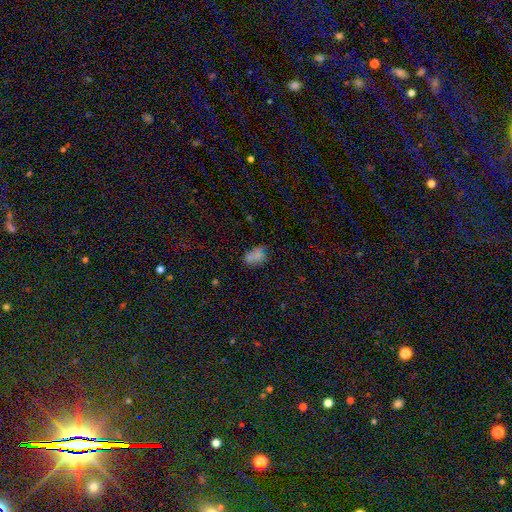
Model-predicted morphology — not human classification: Smooth or featured? smooth (62%)
How rounded? in between (84%)
Merging? none (57%)